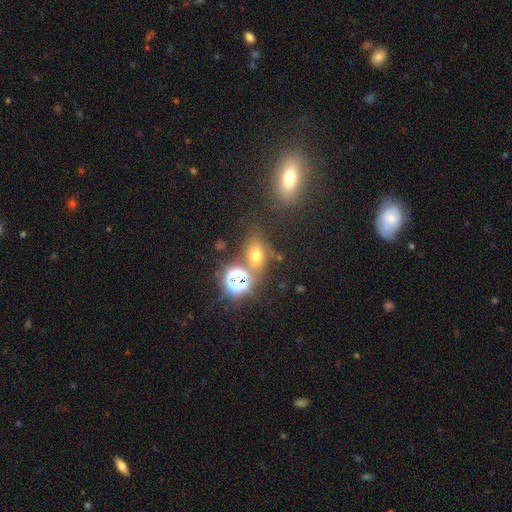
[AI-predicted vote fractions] This appears to be a smooth galaxy with no disk features (55%) that is in between round and cigar-shaped (60%). Merging: none (60%).